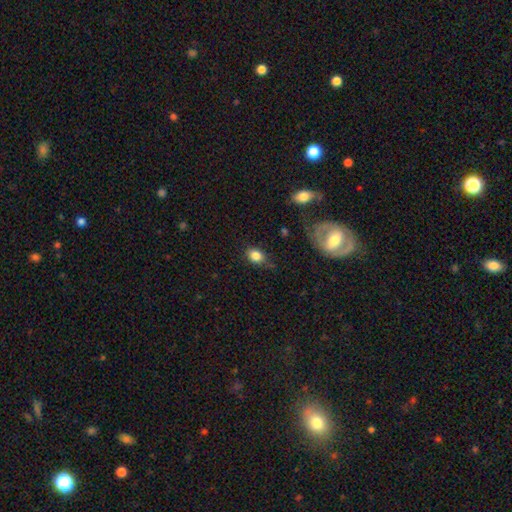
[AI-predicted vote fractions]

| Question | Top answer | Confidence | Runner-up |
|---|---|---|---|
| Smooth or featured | smooth | 84% | star or artifact (9%) |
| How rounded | in between | 65% | round (33%) |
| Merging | none | 67% | minor disturbance (23%) |